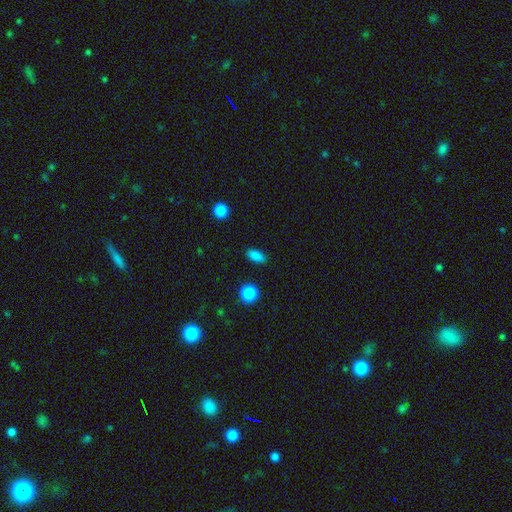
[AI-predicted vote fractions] This appears to be a smooth galaxy with no disk features (86%) that is in between round and cigar-shaped (81%). Merging: none (87%).